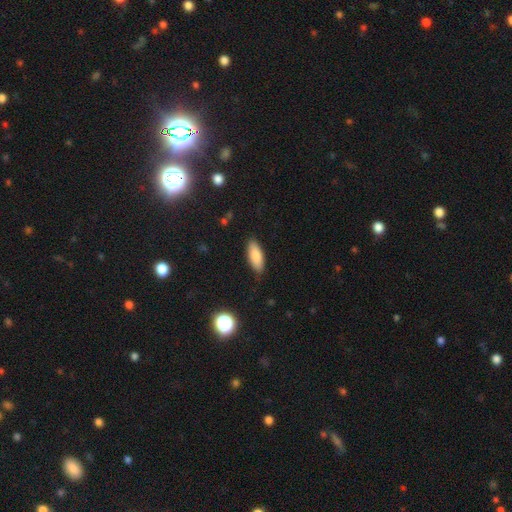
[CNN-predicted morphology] Smooth or featured?
  - smooth: 83% *
  - featured or disk: 10%
  - star or artifact: 7%
How rounded?
  - in between: 71% *
  - cigar-shaped: 27%
  - round: 2%
Merging?
  - none: 85% *
  - minor disturbance: 11%
  - major disturbance: 2%
  - merger: 1%